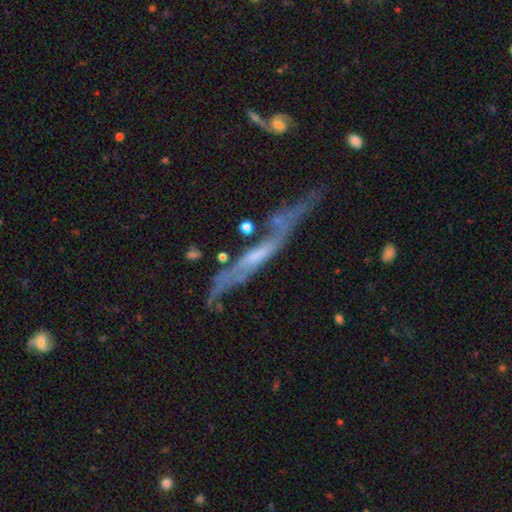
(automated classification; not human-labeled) A featured or disk galaxy (71%) viewed edge-on (74%) with no central bulge (57%). Merging: none (63%).